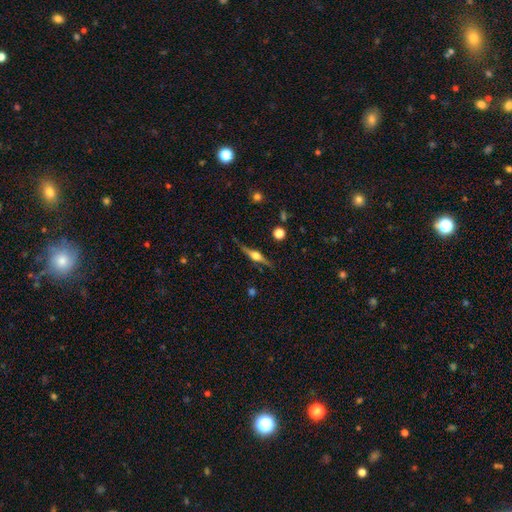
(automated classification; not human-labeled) smooth_or_featured: featured or disk (p=0.80) [alt: smooth p=0.13]
disk_edge_on: yes (p=0.98) [alt: no p=0.02]
edge_on_bulge: rounded (p=0.93) [alt: boxy p=0.06]
merging: none (p=0.85) [alt: minor disturbance p=0.11]